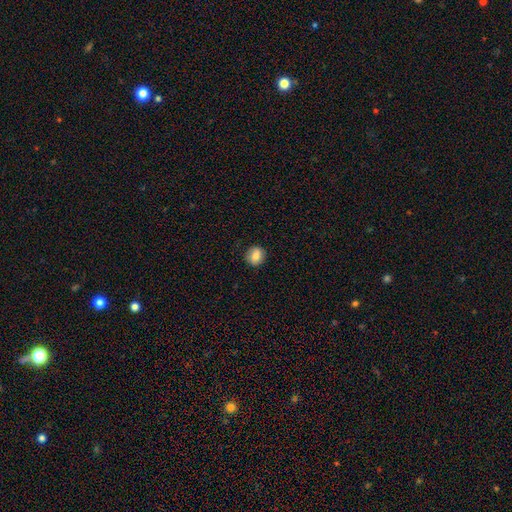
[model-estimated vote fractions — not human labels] Smooth or featured? Predicted: smooth (p=0.81). How rounded? Predicted: round (p=0.80). Merging? Predicted: none (p=0.88).